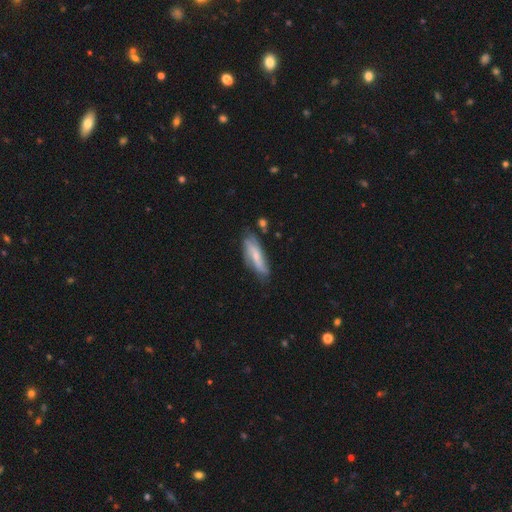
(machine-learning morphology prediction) Smooth or featured? Predicted: featured or disk (p=0.50). Merging? Predicted: none (p=0.63).